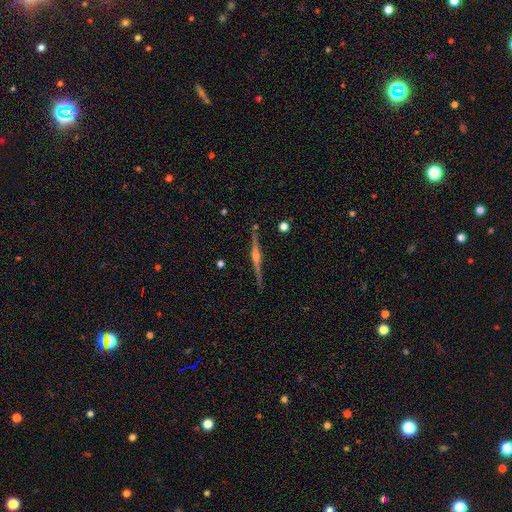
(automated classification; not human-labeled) A featured or disk galaxy (84%) viewed edge-on (98%) with a rounded central bulge (87%). Merging: none (89%).